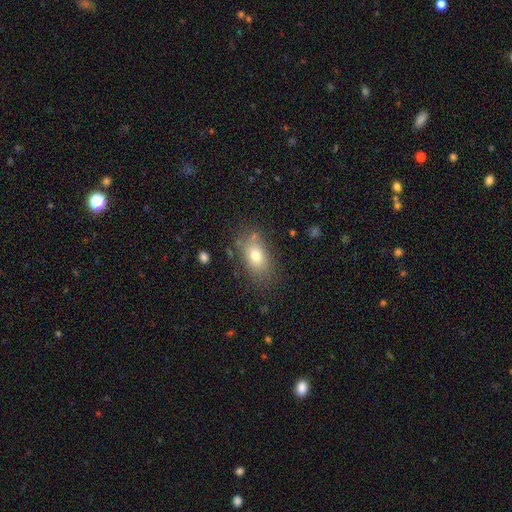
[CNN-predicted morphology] smooth-or-featured: smooth: 76% | featured or disk: 14% | star or artifact: 10%
  how-rounded: in between: 84% | round: 13% | cigar-shaped: 2%
  merging: none: 74% | minor disturbance: 16% | major disturbance: 6% | merger: 4%